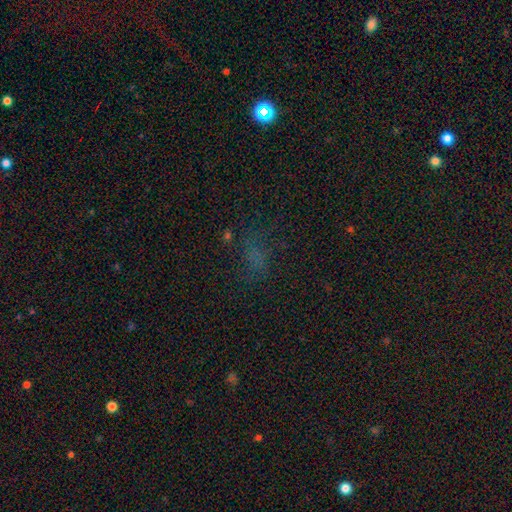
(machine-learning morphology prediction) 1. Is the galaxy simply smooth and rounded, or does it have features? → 44% smooth, 40% star or artifact, 16% featured or disk.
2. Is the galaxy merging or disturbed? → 60% none, 18% major disturbance, 18% minor disturbance, 4% merger.